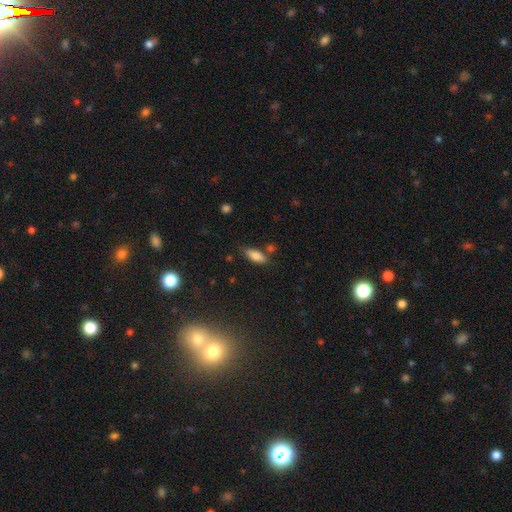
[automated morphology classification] smooth 82%, featured or disk 10%, star or artifact 8%. Down the decision tree: how rounded — in between (76%); merging — none (72%).